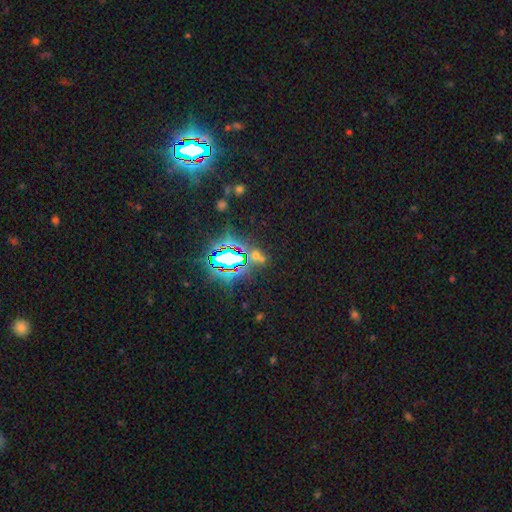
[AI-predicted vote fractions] Smooth or featured: star or artifact — 65% (smooth — 25%)